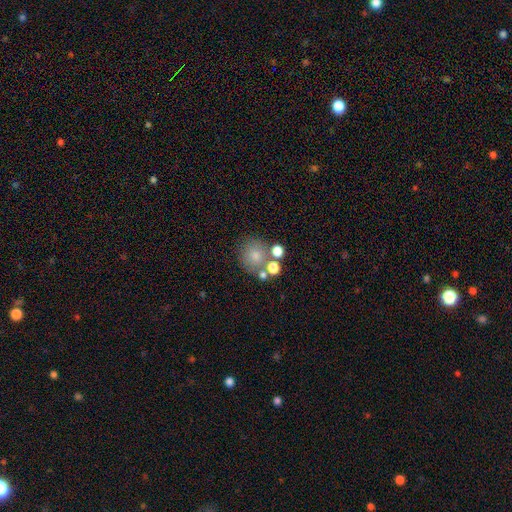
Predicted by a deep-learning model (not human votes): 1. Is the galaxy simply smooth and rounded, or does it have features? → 73% smooth, 14% featured or disk, 13% star or artifact.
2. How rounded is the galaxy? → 87% round, 12% in between, 1% cigar-shaped.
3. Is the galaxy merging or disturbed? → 62% none, 22% merger, 11% minor disturbance, 6% major disturbance.